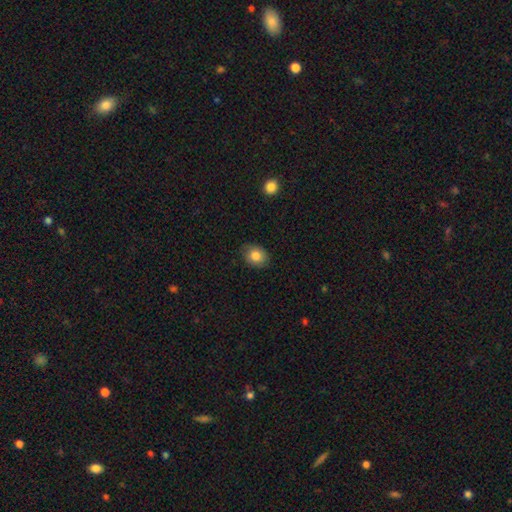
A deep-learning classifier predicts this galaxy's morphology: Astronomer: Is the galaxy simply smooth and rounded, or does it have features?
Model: smooth — 84%.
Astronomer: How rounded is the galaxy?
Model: in between — 51% (runner-up: round, 49%).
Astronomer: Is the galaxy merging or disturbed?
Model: none — 81%.